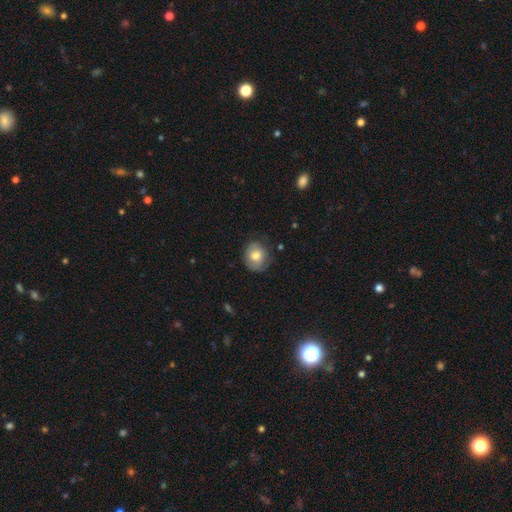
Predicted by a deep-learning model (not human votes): smooth-or-featured: smooth: 70% | featured or disk: 23% | star or artifact: 8%
  how-rounded: round: 74% | in between: 25% | cigar-shaped: 1%
  merging: none: 69% | minor disturbance: 23% | major disturbance: 6% | merger: 1%